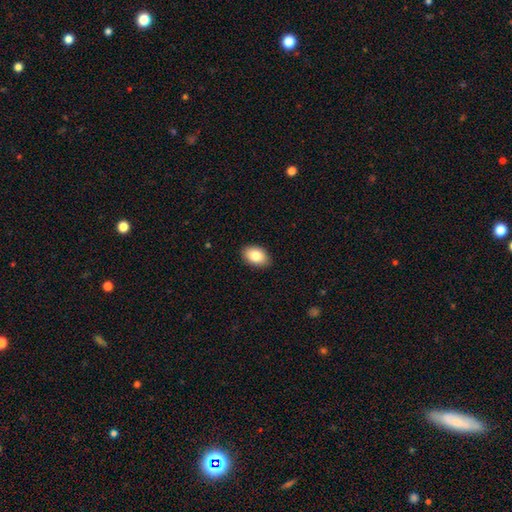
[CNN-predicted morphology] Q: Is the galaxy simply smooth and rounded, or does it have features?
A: smooth — 85%.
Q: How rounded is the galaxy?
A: in between — 89%.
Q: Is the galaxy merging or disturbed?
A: none — 89%.